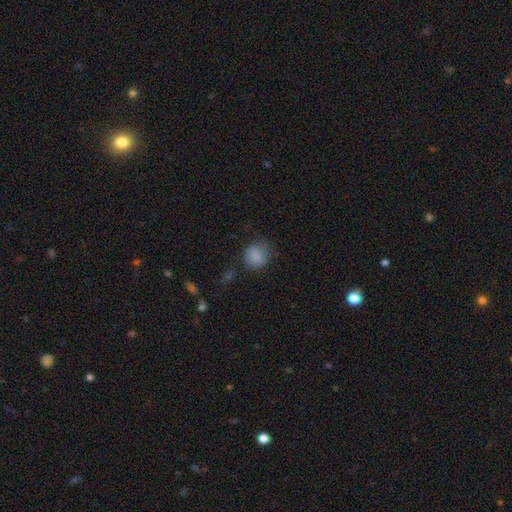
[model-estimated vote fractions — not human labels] This appears to be a smooth galaxy with no disk features (83%) that is round (71%). Merging: none (72%).